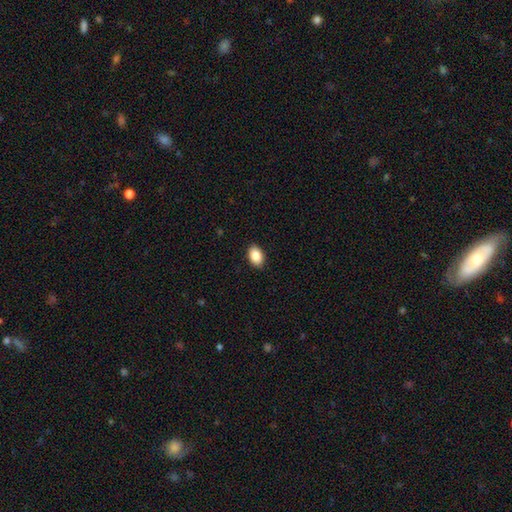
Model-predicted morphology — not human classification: Overall: smooth (88%). How rounded: in between (88%). Merging: none (90%).